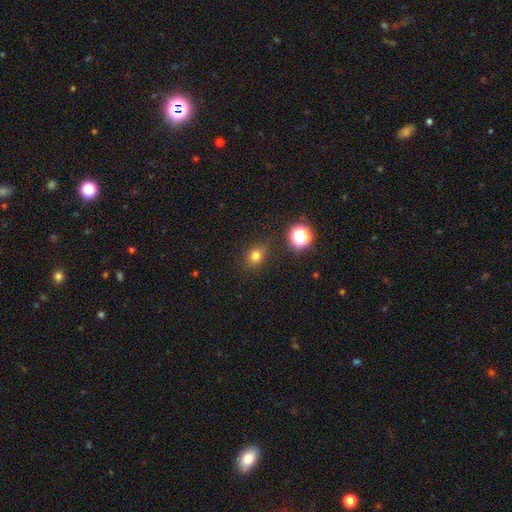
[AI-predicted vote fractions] This is likely a smooth galaxy (75%). How rounded: likely round (63%). Merging: clearly none (82%).